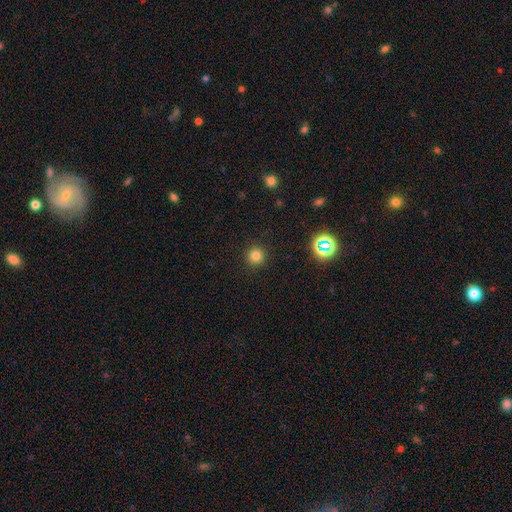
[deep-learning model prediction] A smooth galaxy with no disk features (79%) that is round (95%). Merging: none (92%).